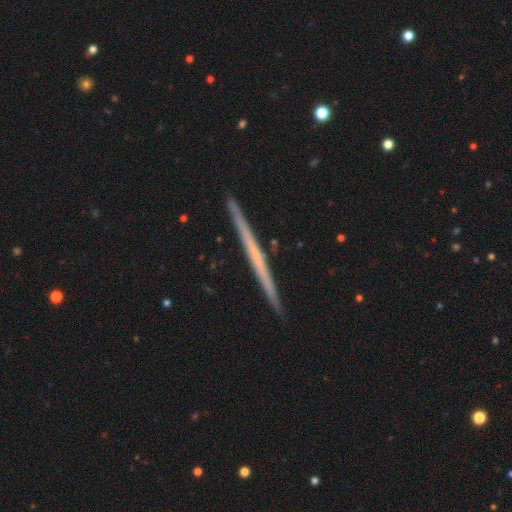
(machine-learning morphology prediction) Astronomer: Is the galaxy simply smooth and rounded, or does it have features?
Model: featured or disk — 62%.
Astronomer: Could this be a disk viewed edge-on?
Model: yes — 98%.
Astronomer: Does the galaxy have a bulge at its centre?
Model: none — 92%.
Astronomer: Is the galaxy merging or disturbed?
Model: none — 92%.